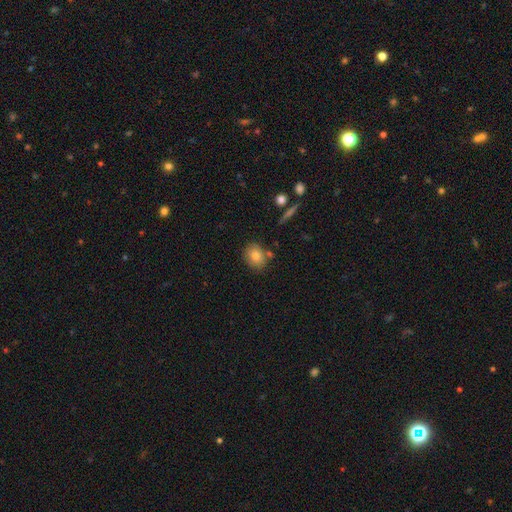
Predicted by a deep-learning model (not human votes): A smooth galaxy with no disk features (79%) that is in between round and cigar-shaped (50%). Merging: none (77%).